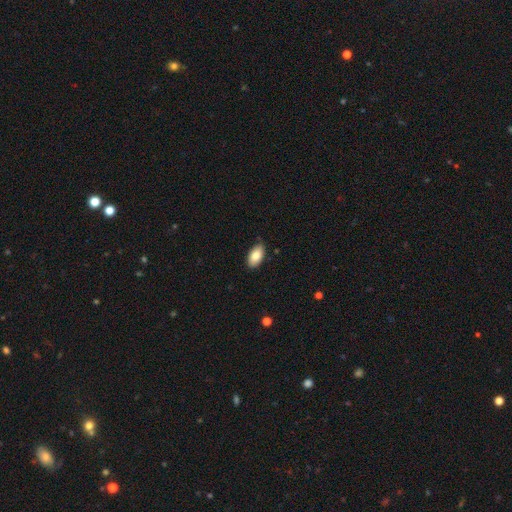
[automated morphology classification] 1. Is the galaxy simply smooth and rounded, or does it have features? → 84% smooth, 9% featured or disk, 7% star or artifact.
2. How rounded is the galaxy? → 95% in between, 3% round, 2% cigar-shaped.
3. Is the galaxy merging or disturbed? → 83% none, 14% minor disturbance, 2% major disturbance, 1% merger.